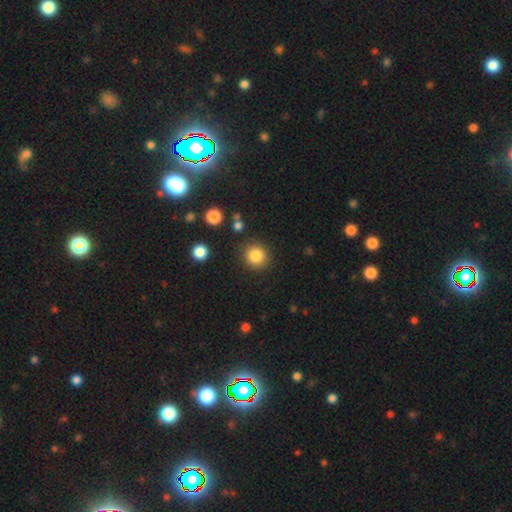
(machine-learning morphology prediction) The model was most divided on "smooth or featured": smooth: 85%, star or artifact: 10%, featured or disk: 5%. More confident: how rounded — round (90%); merging — none (88%).